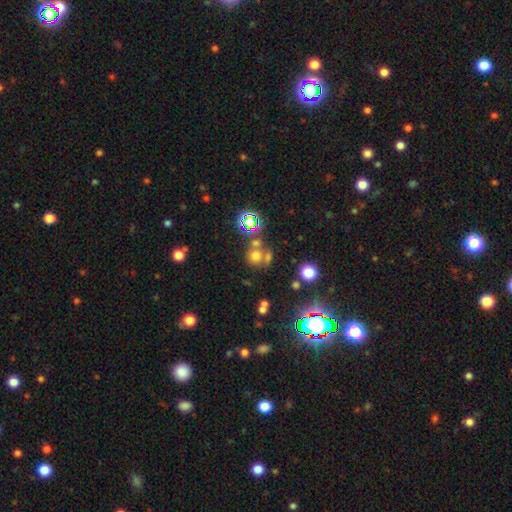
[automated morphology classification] smooth-or-featured: smooth: 60% | star or artifact: 27% | featured or disk: 12%
  how-rounded: round: 84% | in between: 14% | cigar-shaped: 1%
  merging: none: 52% | merger: 32% | minor disturbance: 10% | major disturbance: 6%